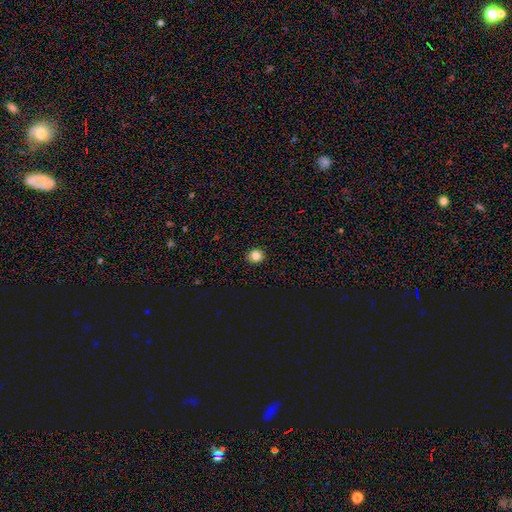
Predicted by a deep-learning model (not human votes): This is clearly a smooth galaxy (83%). How rounded: clearly round (83%). Merging: clearly none (92%).